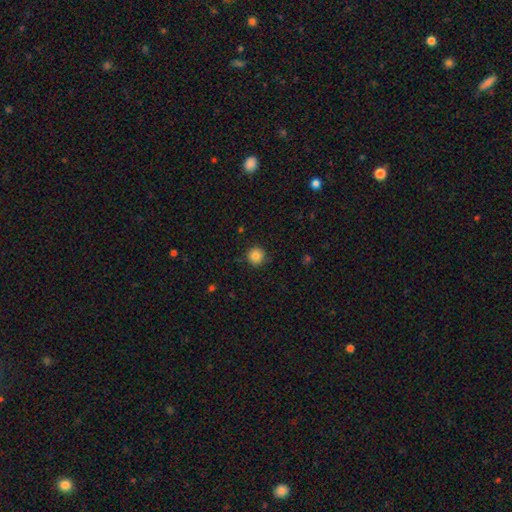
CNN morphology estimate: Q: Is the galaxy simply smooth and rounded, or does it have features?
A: smooth — 84%.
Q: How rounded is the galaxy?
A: round — 95%.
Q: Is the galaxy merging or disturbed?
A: none — 88%.